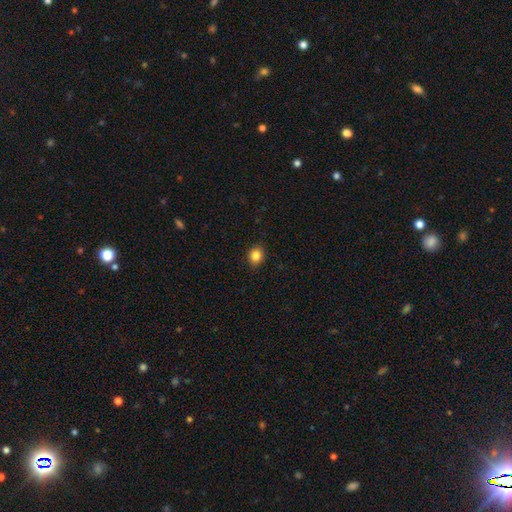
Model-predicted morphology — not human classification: The model was most divided on "how rounded": round: 63%, in between: 36%, cigar-shaped: 1%. More confident: merging — none (89%); smooth or featured — smooth (85%).